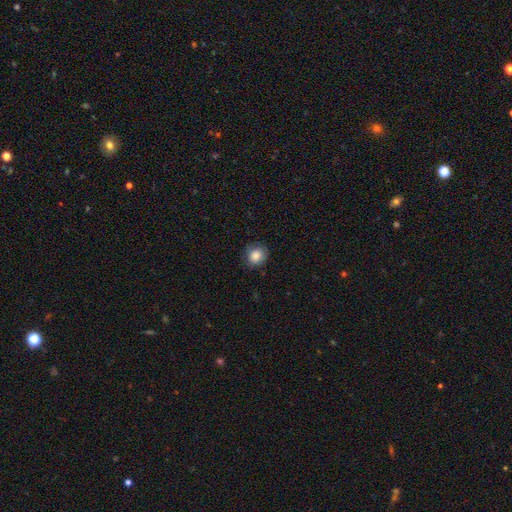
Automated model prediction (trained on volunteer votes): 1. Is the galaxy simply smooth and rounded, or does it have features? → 83% smooth, 9% star or artifact, 8% featured or disk.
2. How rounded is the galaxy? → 81% round, 18% in between, 1% cigar-shaped.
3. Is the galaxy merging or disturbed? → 79% none, 16% minor disturbance, 4% major disturbance, 1% merger.